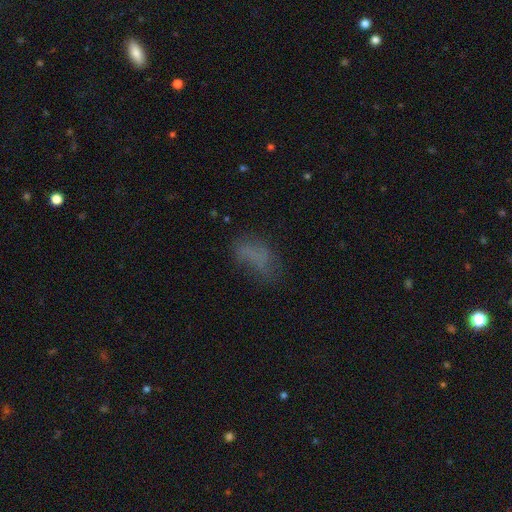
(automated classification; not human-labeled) smooth_or_featured: smooth (p=0.63) [alt: featured or disk p=0.20]
how_rounded: in between (p=0.85) [alt: cigar-shaped p=0.07]
merging: none (p=0.47) [alt: minor disturbance p=0.26]